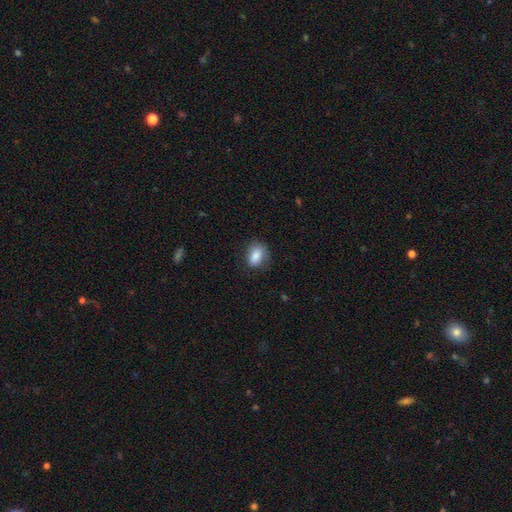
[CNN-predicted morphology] smooth_or_featured: smooth (p=0.85) [alt: star or artifact p=0.08]
how_rounded: in between (p=0.75) [alt: round p=0.24]
merging: none (p=0.72) [alt: minor disturbance p=0.21]